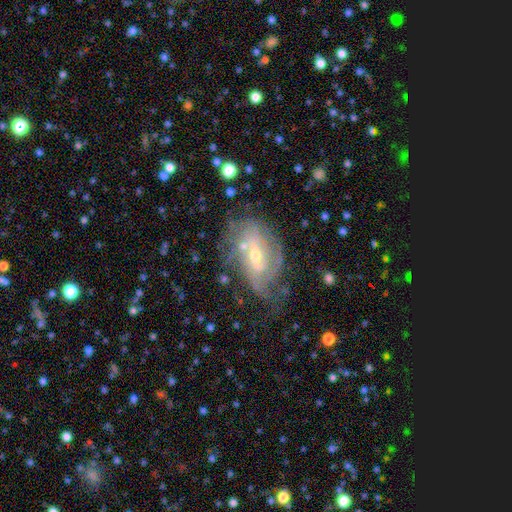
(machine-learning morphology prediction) Smooth or featured? Predicted: featured or disk (p=0.80). Edge-on disk? Predicted: no (p=0.95). Bar? Predicted: weak (p=0.46). Spiral arms? Predicted: yes (p=0.87). Spiral winding? Predicted: tight (p=0.49). Spiral arm count? Predicted: can't tell (p=0.40). Bulge size? Predicted: small (p=0.51). Merging? Predicted: none (p=0.53).